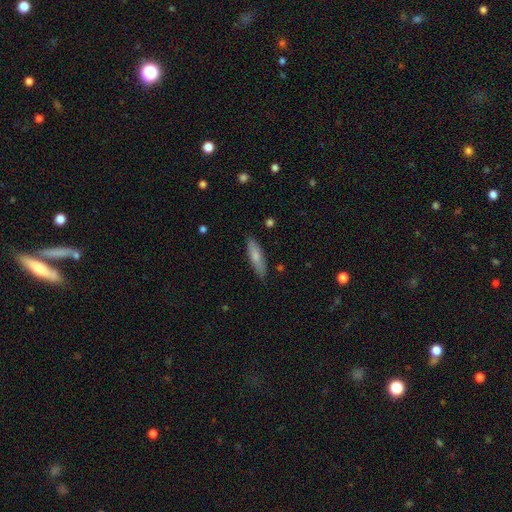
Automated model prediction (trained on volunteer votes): Morphology: type=smooth (73%); roundness=cigar-shaped (68%); merging=none (85%).